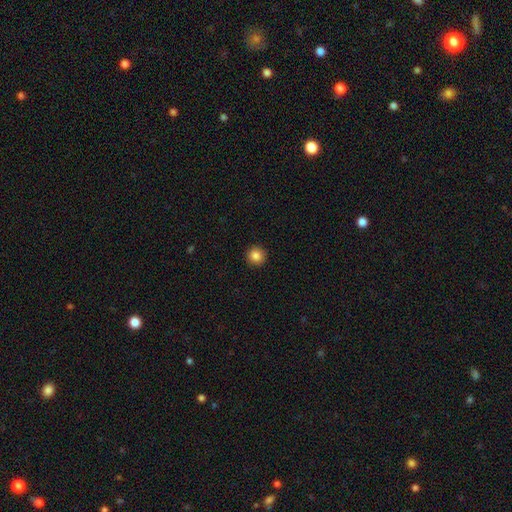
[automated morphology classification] smooth 85%, star or artifact 10%, featured or disk 5%. Down the decision tree: how rounded — round (95%); merging — none (93%).